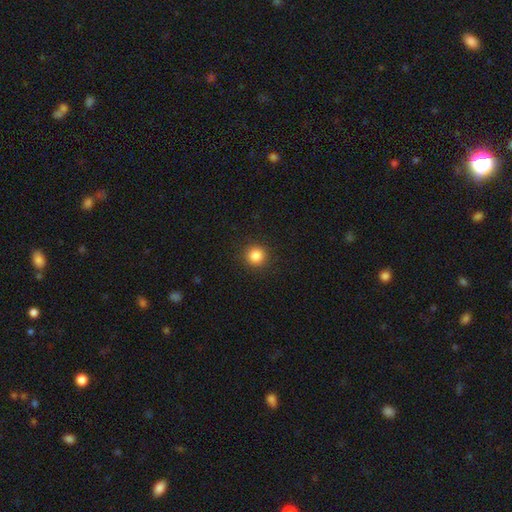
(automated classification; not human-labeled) A smooth galaxy with no disk features (85%) that is round (95%). Merging: none (92%).